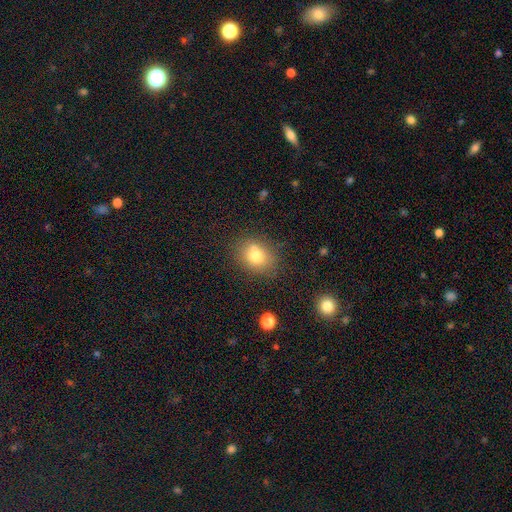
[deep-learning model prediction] Smooth or featured? Predicted: smooth (p=0.74). How rounded? Predicted: round (p=0.49, tied with in between). Merging? Predicted: none (p=0.68).